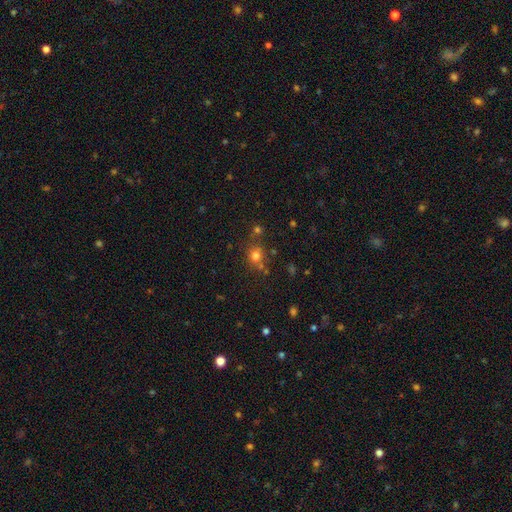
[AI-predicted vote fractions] smooth-or-featured: smooth: 72% | star or artifact: 19% | featured or disk: 9%
  how-rounded: round: 82% | in between: 17% | cigar-shaped: 1%
  merging: none: 68% | merger: 14% | minor disturbance: 12% | major disturbance: 5%